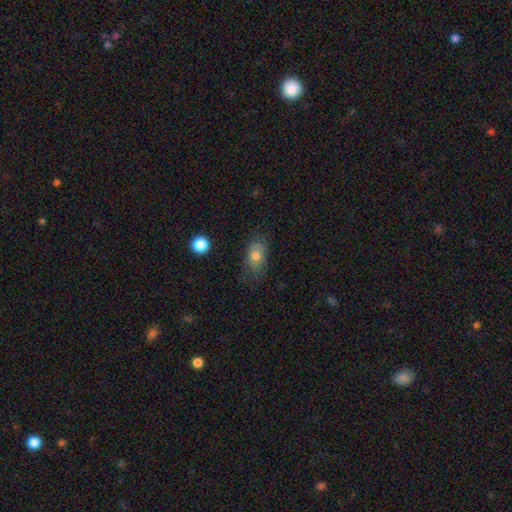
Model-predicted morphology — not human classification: Smooth or featured?
  - smooth: 72% *
  - featured or disk: 18%
  - star or artifact: 10%
How rounded?
  - in between: 80% *
  - round: 17%
  - cigar-shaped: 3%
Merging?
  - none: 65% *
  - minor disturbance: 24%
  - major disturbance: 9%
  - merger: 2%